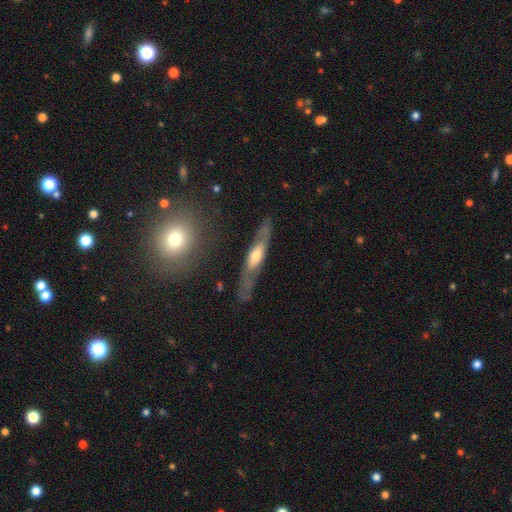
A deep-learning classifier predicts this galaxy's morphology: Smooth or featured?
  - featured or disk: 66% *
  - smooth: 28%
  - star or artifact: 6%
Edge-on disk?
  - yes: 64% *
  - no: 36%
Merging?
  - none: 74% *
  - minor disturbance: 16%
  - major disturbance: 7%
  - merger: 3%